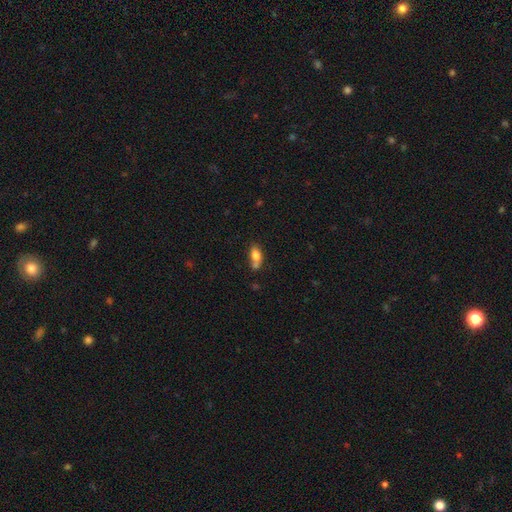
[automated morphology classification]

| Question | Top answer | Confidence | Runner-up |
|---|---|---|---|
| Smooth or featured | smooth | 79% | featured or disk (12%) |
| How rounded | in between | 83% | round (9%) |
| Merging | none | 40% | merger (37%) |